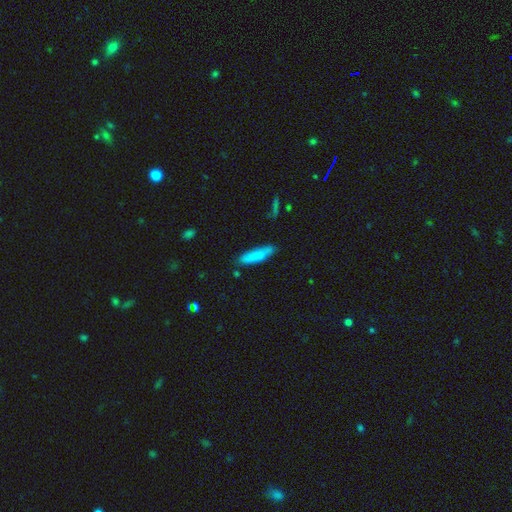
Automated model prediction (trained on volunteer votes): smooth-or-featured: smooth: 83% | featured or disk: 11% | star or artifact: 6%
  how-rounded: cigar-shaped: 73% | in between: 25% | round: 1%
  merging: none: 76% | minor disturbance: 18% | major disturbance: 3% | merger: 3%